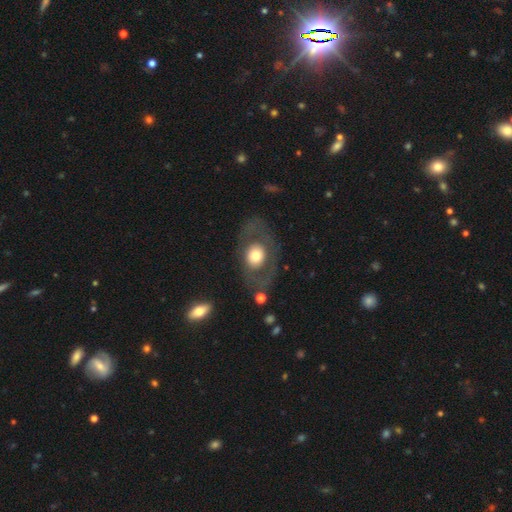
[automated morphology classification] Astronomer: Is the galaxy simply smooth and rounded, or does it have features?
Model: smooth — 51% (runner-up: featured or disk, 43%).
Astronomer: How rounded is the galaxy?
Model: in between — 62%.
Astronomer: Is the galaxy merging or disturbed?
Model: none — 73%.